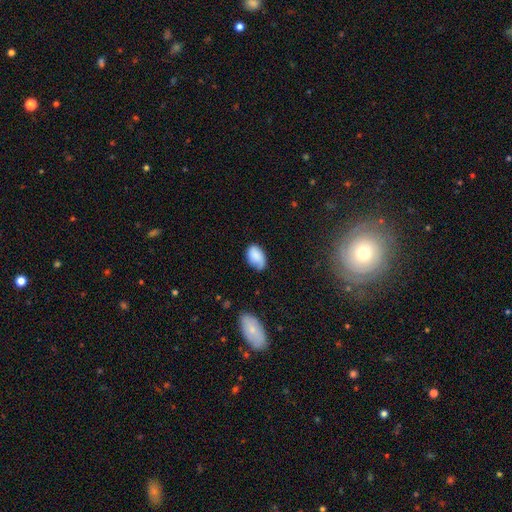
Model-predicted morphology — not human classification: Smooth or featured?
  - smooth: 82% *
  - featured or disk: 11%
  - star or artifact: 7%
How rounded?
  - in between: 90% *
  - round: 8%
  - cigar-shaped: 1%
Merging?
  - none: 59% *
  - minor disturbance: 32%
  - major disturbance: 7%
  - merger: 2%